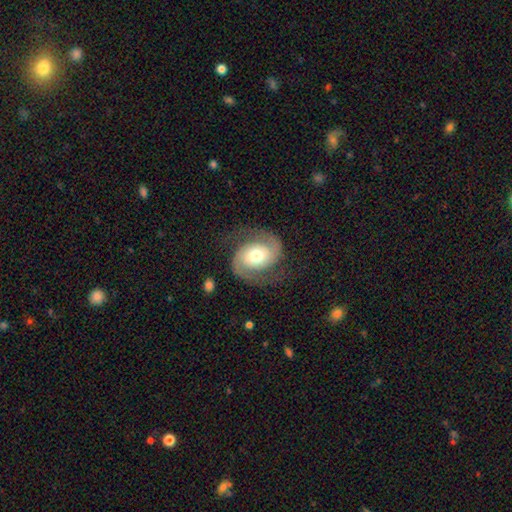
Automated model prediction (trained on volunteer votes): featured or disk 89%, smooth 7%, star or artifact 5%. Down the decision tree: edge-on disk — no (98%); bar — no (65%); spiral arms — yes (97%); spiral arm count — 2 (93%); spiral winding — medium (51%); bulge size — moderate (69%); merging — none (77%).